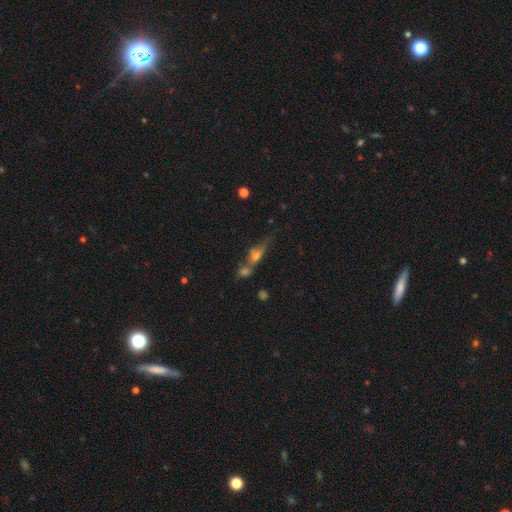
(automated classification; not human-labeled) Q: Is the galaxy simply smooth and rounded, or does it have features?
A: smooth — 44%.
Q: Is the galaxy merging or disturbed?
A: merger — 47%.